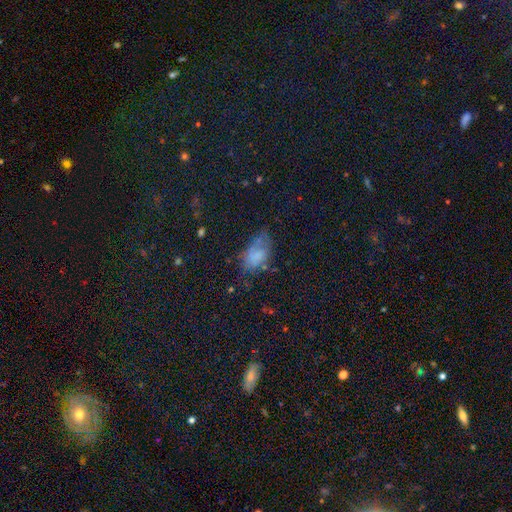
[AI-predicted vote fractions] Smooth or featured?
  - smooth: 69% *
  - featured or disk: 18%
  - star or artifact: 14%
How rounded?
  - in between: 91% *
  - round: 6%
  - cigar-shaped: 3%
Merging?
  - none: 41% *
  - minor disturbance: 34%
  - major disturbance: 20%
  - merger: 5%